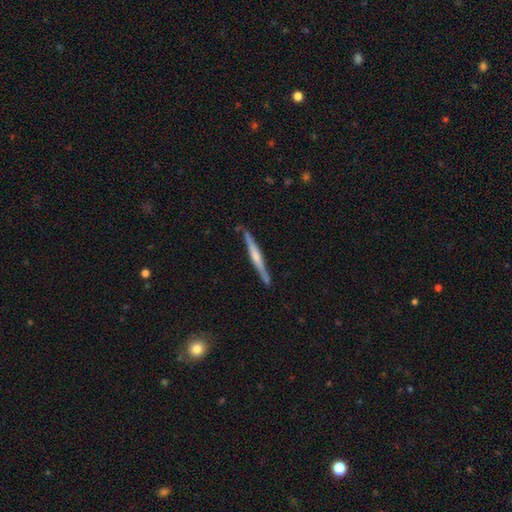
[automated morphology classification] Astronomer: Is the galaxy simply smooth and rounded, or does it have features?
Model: featured or disk — 64%.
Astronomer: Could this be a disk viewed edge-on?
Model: yes — 97%.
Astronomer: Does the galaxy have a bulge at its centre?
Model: rounded — 52% (runner-up: none, 29%).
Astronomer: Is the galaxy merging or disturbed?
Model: none — 85%.